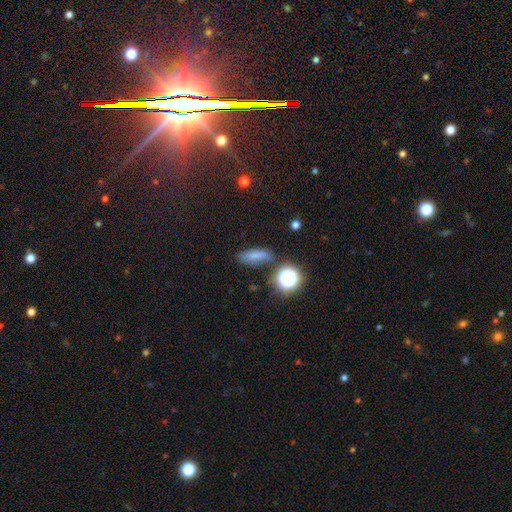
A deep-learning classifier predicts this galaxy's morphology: Smooth or featured? Predicted: smooth (p=0.69). How rounded? Predicted: in between (p=0.54). Merging? Predicted: none (p=0.68).